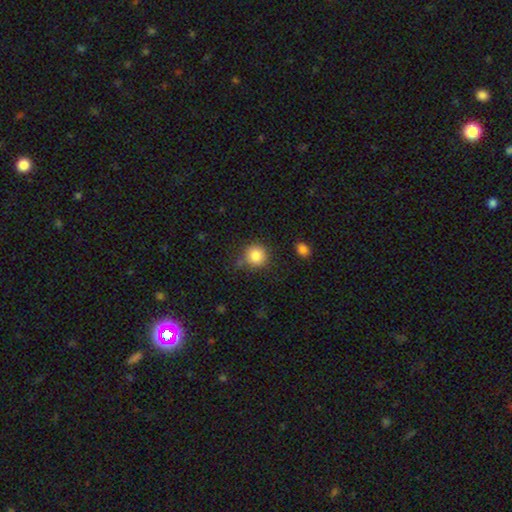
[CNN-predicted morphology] A smooth galaxy with no disk features (86%) that is round (92%).

Vote fractions:
- Smooth or featured? smooth: 86% / star or artifact: 10% / featured or disk: 5%
- How rounded? round: 92% / in between: 7% / cigar-shaped: 1%
- Merging? none: 77% / minor disturbance: 15% / merger: 4% / major disturbance: 4%